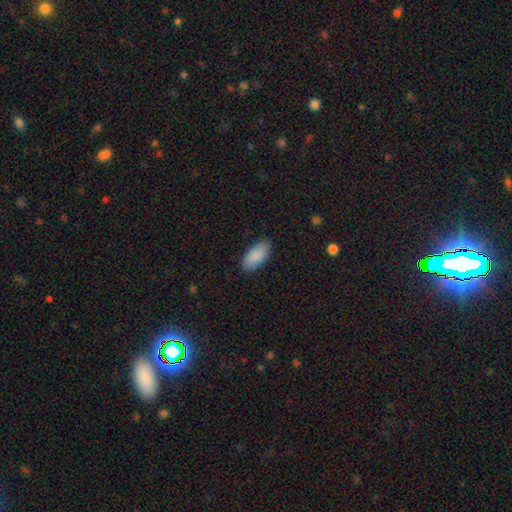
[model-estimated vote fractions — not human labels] This appears to be a smooth galaxy with no disk features (89%) that is in between round and cigar-shaped (92%). Merging: none (84%).